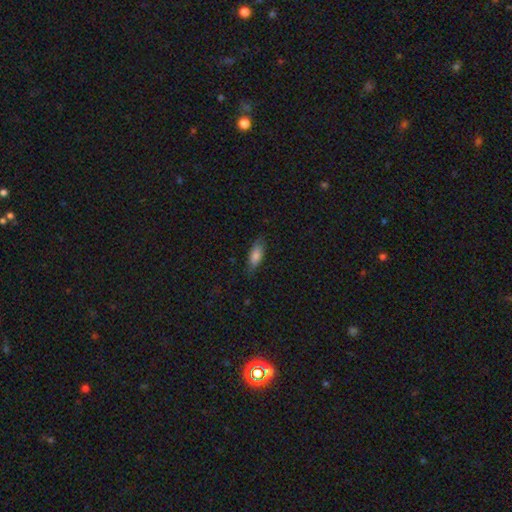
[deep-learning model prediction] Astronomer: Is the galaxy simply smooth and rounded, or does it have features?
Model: smooth — 82%.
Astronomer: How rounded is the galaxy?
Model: in between — 80%.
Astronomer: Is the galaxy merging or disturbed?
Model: none — 75%.